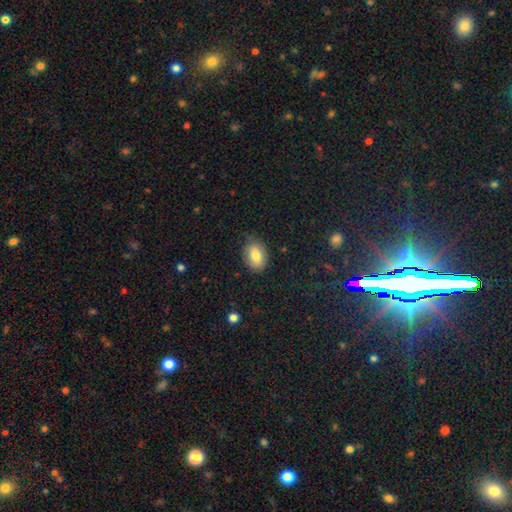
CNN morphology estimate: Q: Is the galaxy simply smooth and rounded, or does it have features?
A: smooth — 79%.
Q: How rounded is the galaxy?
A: in between — 82%.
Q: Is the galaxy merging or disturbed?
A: none — 79%.